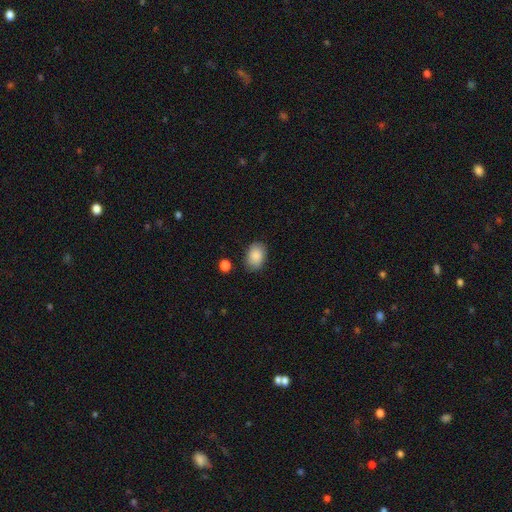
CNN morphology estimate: A smooth galaxy with no disk features (88%) that is in between round and cigar-shaped (79%). Merging: none (81%).